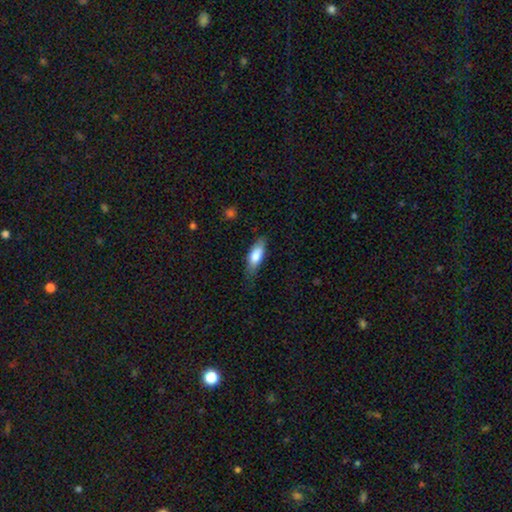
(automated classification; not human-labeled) A smooth galaxy with no disk features (77%) that is in between round and cigar-shaped (67%).

Vote fractions:
- Smooth or featured? smooth: 77% / featured or disk: 17% / star or artifact: 6%
- How rounded? in between: 67% / cigar-shaped: 31% / round: 2%
- Merging? none: 73% / minor disturbance: 21% / major disturbance: 5% / merger: 1%